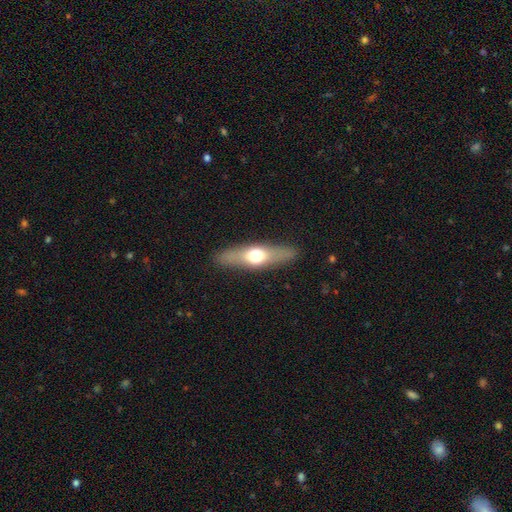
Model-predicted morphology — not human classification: This appears to be a featured or disk galaxy (47%, tied with smooth). Merging: none (88%).